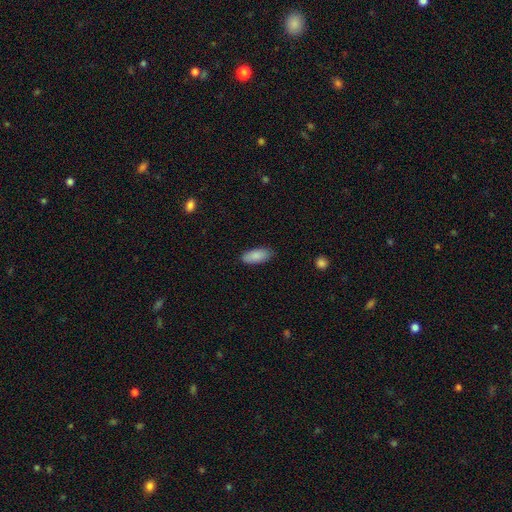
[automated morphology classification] Smooth or featured: smooth — 87% (star or artifact — 6%)
How rounded: in between — 86% (cigar-shaped — 12%)
Merging: none — 85% (minor disturbance — 12%)